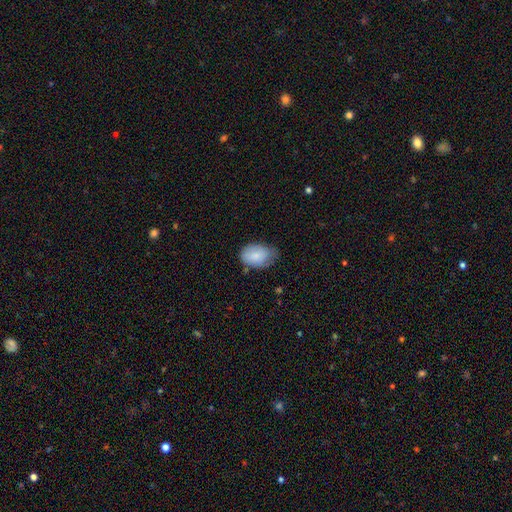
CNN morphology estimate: smooth-or-featured: smooth: 83% | featured or disk: 10% | star or artifact: 6%
  how-rounded: in between: 88% | round: 11% | cigar-shaped: 1%
  merging: none: 51% | minor disturbance: 39% | major disturbance: 8% | merger: 2%